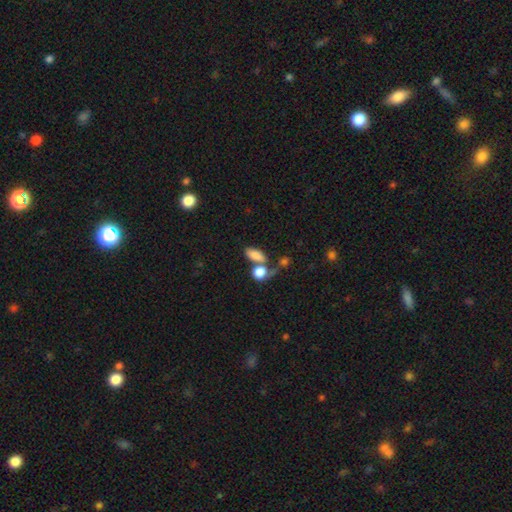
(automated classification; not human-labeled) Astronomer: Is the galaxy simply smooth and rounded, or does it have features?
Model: smooth — 81%.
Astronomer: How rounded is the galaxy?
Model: in between — 84%.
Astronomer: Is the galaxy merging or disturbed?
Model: merger — 41% (runner-up: none, 38%).